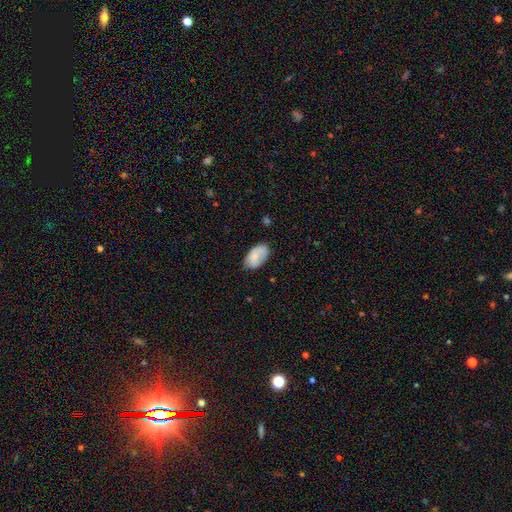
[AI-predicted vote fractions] This appears to be a smooth galaxy with no disk features (76%) that is in between round and cigar-shaped (94%). Merging: none (69%).